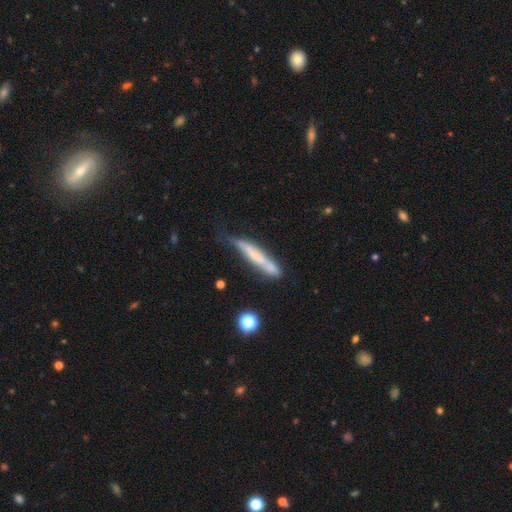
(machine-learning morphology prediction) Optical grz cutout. It shows a smooth galaxy with no disk features (54%) that is cigar-shaped (92%). Merging: none (51%).